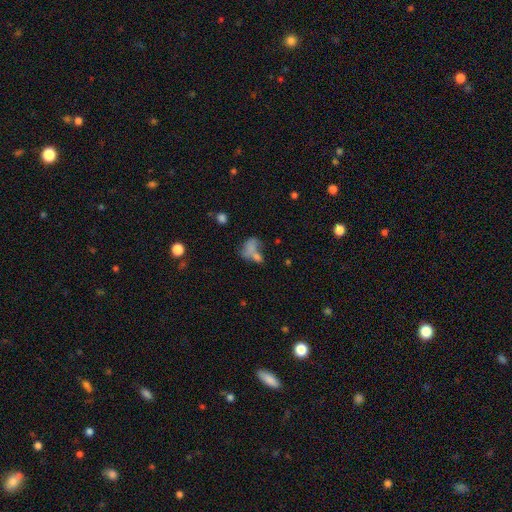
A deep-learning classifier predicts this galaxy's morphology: This appears to be a smooth galaxy with no disk features (63%) that is in between round and cigar-shaped (76%). Merging: merger (45%).